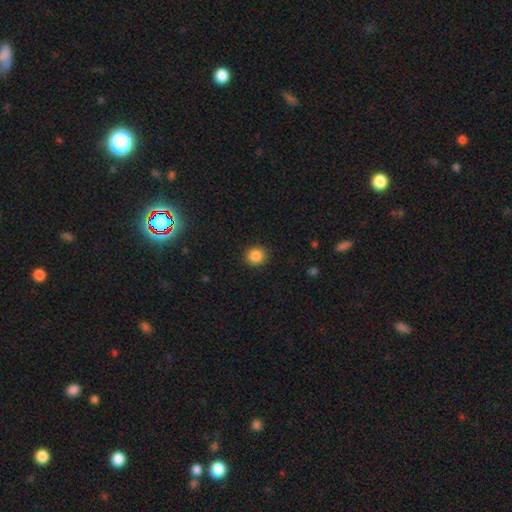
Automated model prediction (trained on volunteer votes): Overall: smooth (86%). How rounded: round (88%). Merging: none (91%).